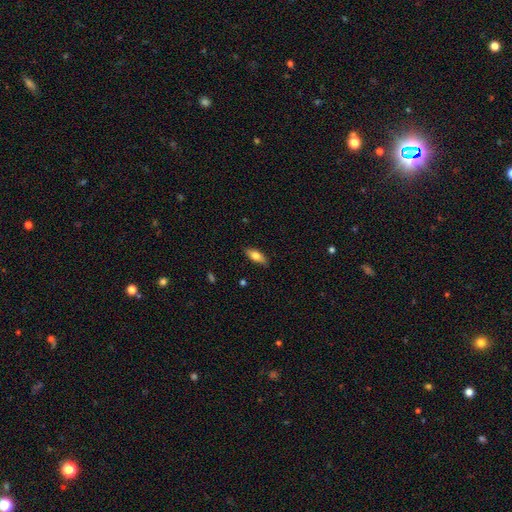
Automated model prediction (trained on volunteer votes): Morphology: type=smooth (74%); roundness=in between (76%); merging=none (85%).